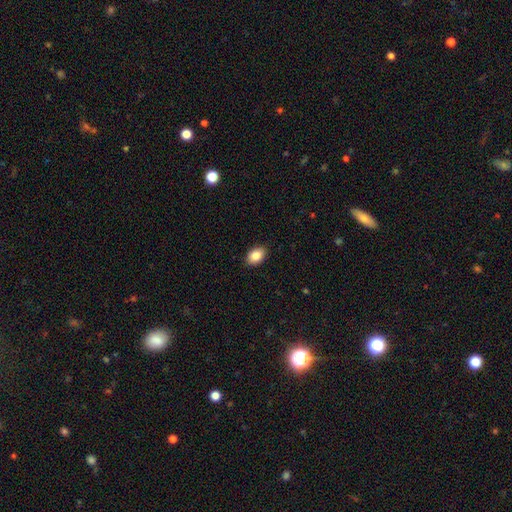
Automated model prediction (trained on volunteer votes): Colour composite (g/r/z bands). It shows a smooth galaxy with no disk features (86%) that is in between round and cigar-shaped (85%). Merging: none (89%).